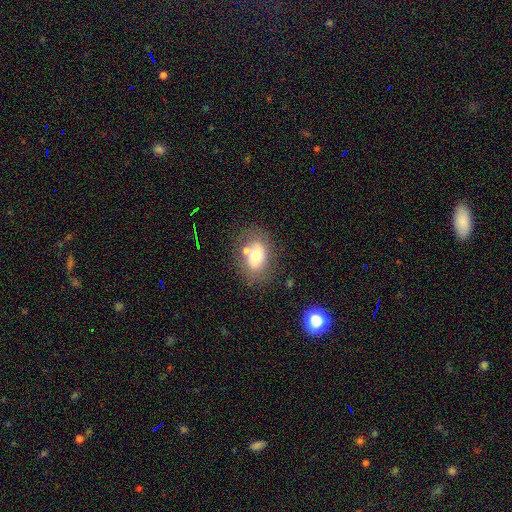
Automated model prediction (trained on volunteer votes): This is likely a smooth galaxy (62%). How rounded: likely in between (74%). Merging: possibly none (60%).